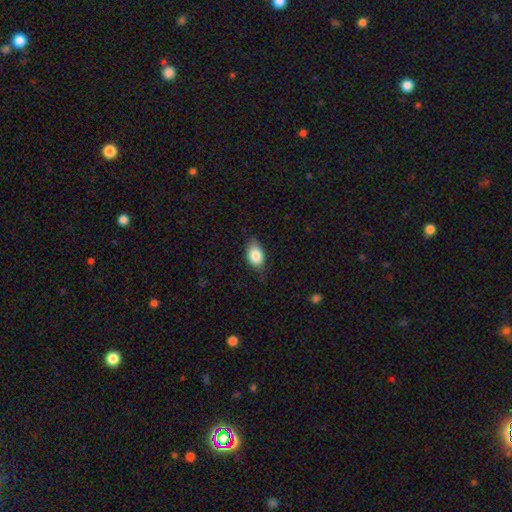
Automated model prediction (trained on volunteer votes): Smooth or featured?
  - smooth: 84% *
  - featured or disk: 9%
  - star or artifact: 7%
How rounded?
  - in between: 88% *
  - round: 10%
  - cigar-shaped: 2%
Merging?
  - none: 71% *
  - minor disturbance: 24%
  - major disturbance: 4%
  - merger: 1%